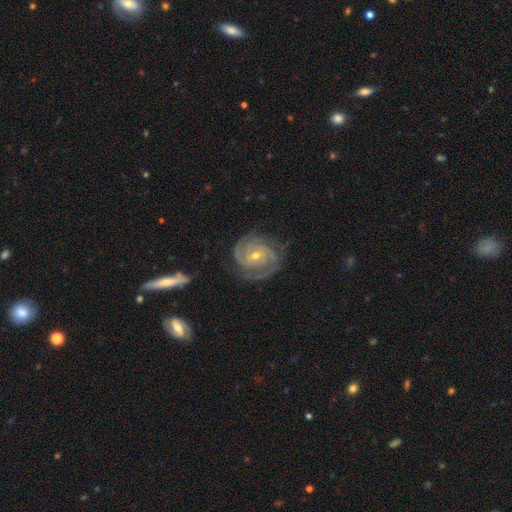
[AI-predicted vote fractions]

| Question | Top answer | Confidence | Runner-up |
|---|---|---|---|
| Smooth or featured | featured or disk | 90% | smooth (5%) |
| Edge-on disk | no | 97% | yes (3%) |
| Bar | no | 56% | weak (33%) |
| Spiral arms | yes | 98% | no (2%) |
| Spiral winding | tight | 68% | medium (28%) |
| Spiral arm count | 2 | 43% | 3 (29%) |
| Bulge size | small | 61% | moderate (37%) |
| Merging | none | 78% | minor disturbance (15%) |